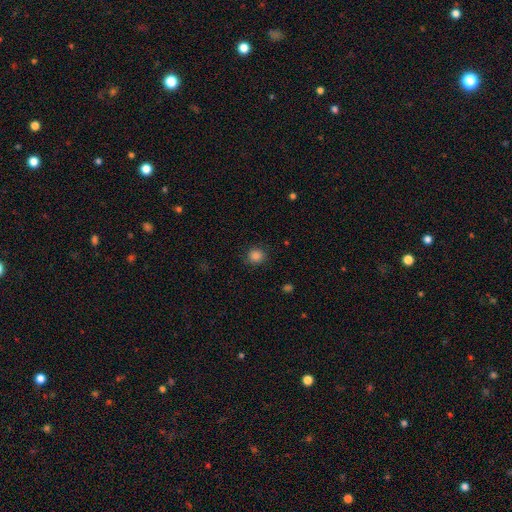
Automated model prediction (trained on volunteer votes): Morphology: type=smooth (85%); roundness=round (90%); merging=none (88%).